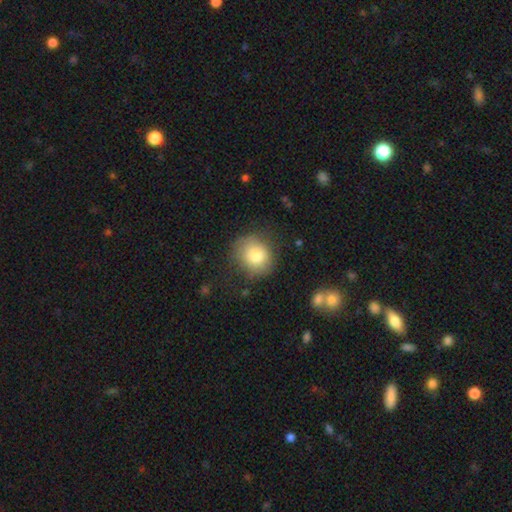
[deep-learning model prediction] smooth-or-featured: smooth: 80% | featured or disk: 12% | star or artifact: 8%
  how-rounded: round: 77% | in between: 22% | cigar-shaped: 1%
  merging: none: 71% | minor disturbance: 20% | major disturbance: 7% | merger: 2%